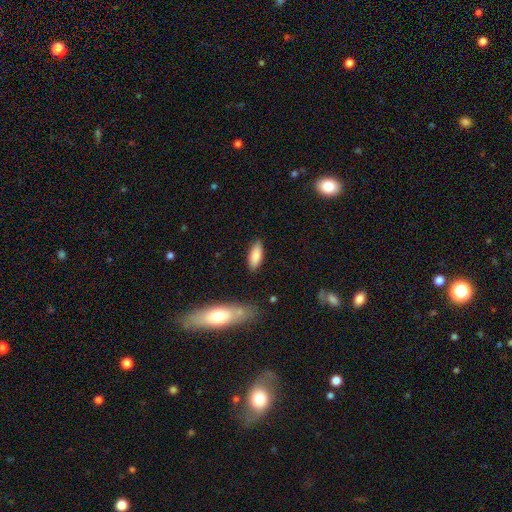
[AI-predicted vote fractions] smooth 85%, featured or disk 9%, star or artifact 6%. Down the decision tree: how rounded — in between (74%); merging — none (84%).